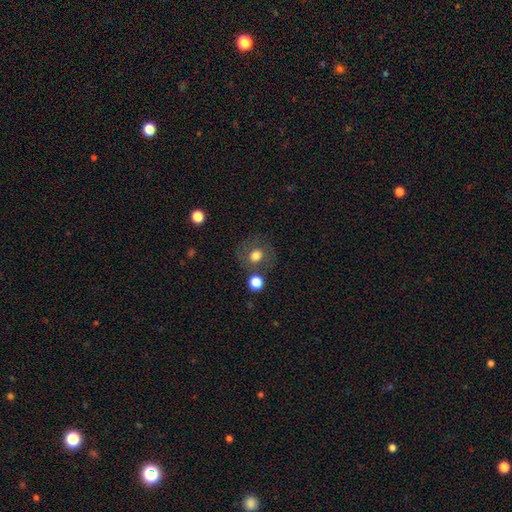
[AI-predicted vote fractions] A smooth galaxy with no disk features (70%) that is round (80%).

Vote fractions:
- Smooth or featured? smooth: 70% / featured or disk: 20% / star or artifact: 11%
- How rounded? round: 80% / in between: 19% / cigar-shaped: 1%
- Merging? none: 67% / minor disturbance: 14% / merger: 12% / major disturbance: 7%